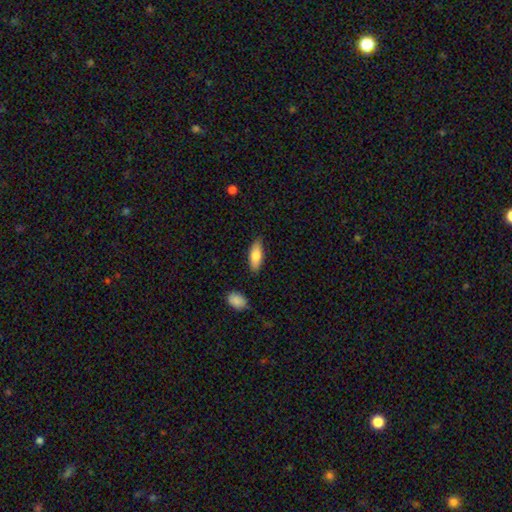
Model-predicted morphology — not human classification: A smooth galaxy with no disk features (79%) that is in between round and cigar-shaped (70%). Merging: none (83%).